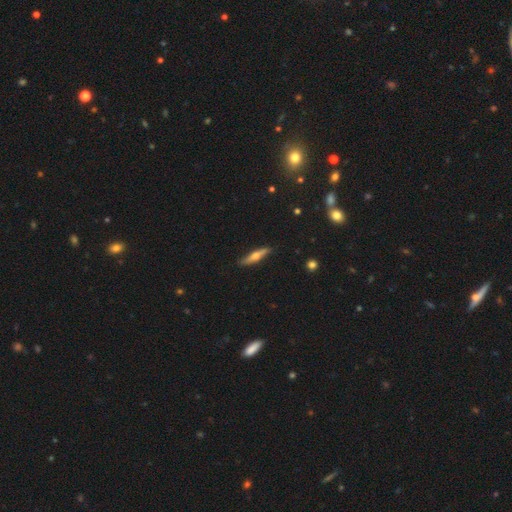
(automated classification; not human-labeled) A featured or disk galaxy (53%) viewed edge-on (93%).

Vote fractions:
- Smooth or featured? featured or disk: 53% / smooth: 41% / star or artifact: 6%
- Edge-on disk? yes: 93% / no: 7%
- Merging? none: 87% / minor disturbance: 10% / major disturbance: 2% / merger: 1%